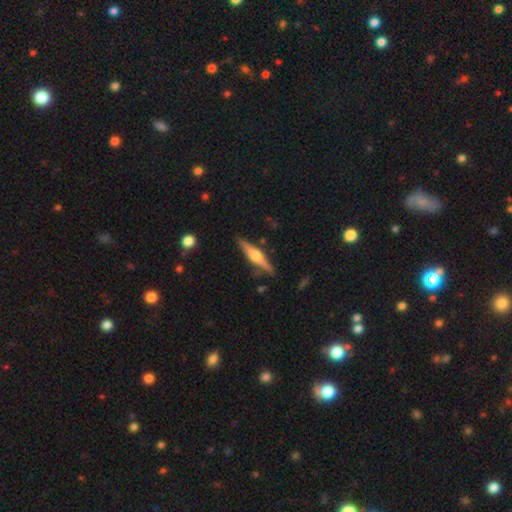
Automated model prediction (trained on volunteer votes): Smooth or featured: featured or disk — 71% (smooth — 23%)
Edge-on disk: yes — 97% (no — 3%)
Edge-on bulge: rounded — 86% (boxy — 10%)
Merging: none — 86% (minor disturbance — 10%)